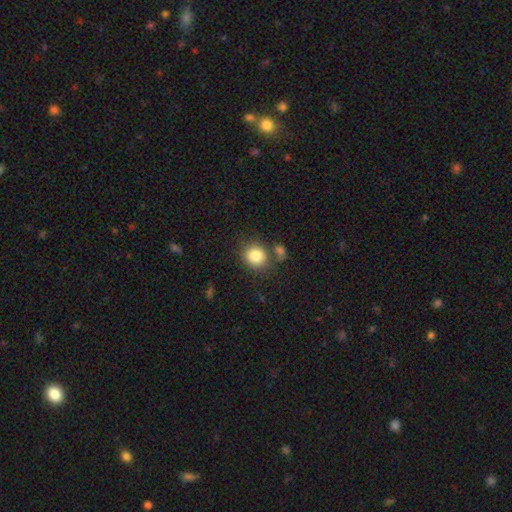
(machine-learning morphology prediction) The model was most divided on "merging": none: 71%, merger: 12%, minor disturbance: 12%, major disturbance: 4%. More confident: smooth or featured — smooth (84%); how rounded — round (80%).